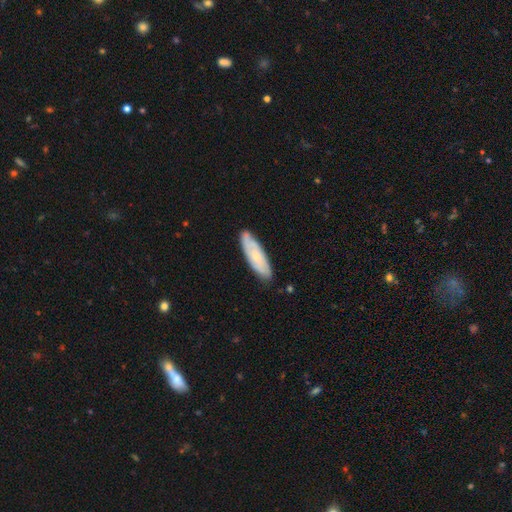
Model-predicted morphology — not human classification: Q: Smooth or featured?
A: smooth (51%); runner-up: featured or disk (43%)
Q: How rounded?
A: cigar-shaped (51%); runner-up: in between (47%)
Q: Merging?
A: none (79%); runner-up: minor disturbance (16%)